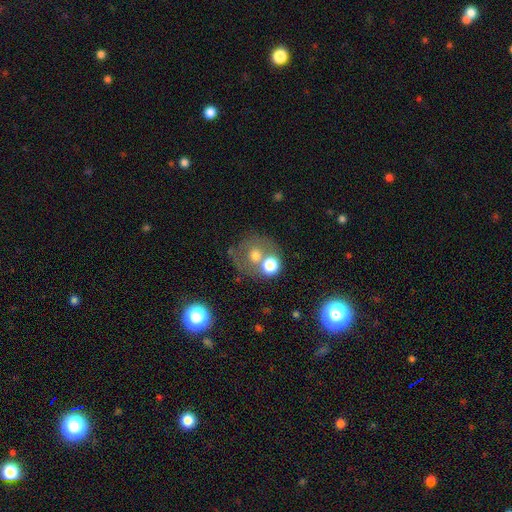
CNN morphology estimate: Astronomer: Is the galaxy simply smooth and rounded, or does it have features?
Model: smooth — 60%.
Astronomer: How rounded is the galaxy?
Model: round — 77%.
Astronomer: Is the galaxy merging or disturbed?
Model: merger — 44% (runner-up: none, 39%).